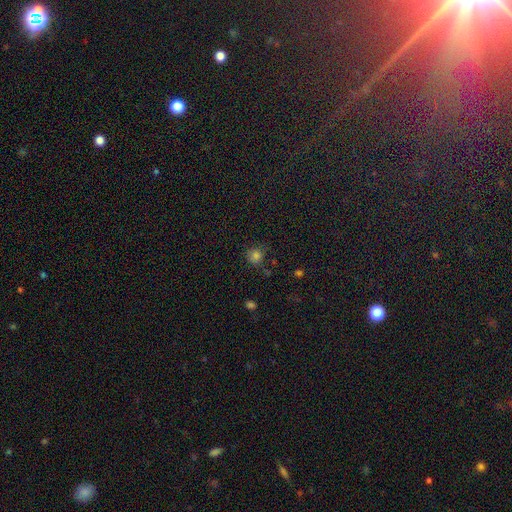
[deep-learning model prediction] Q: Smooth or featured?
A: smooth (79%); runner-up: star or artifact (16%)
Q: How rounded?
A: round (87%); runner-up: in between (12%)
Q: Merging?
A: none (71%); runner-up: minor disturbance (20%)